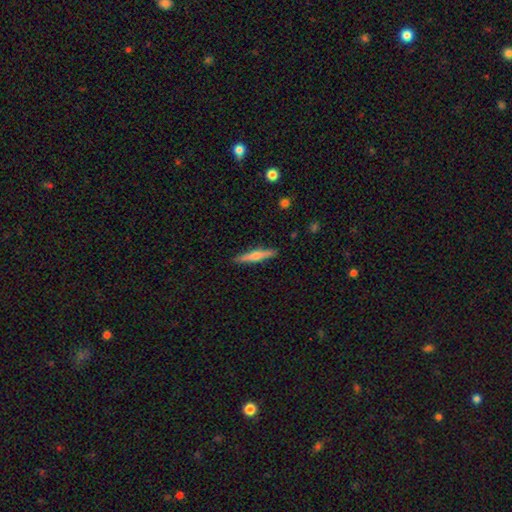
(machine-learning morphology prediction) featured or disk 47% (tied), smooth 47% (tied), star or artifact 6%. Down the decision tree: merging — none (90%).